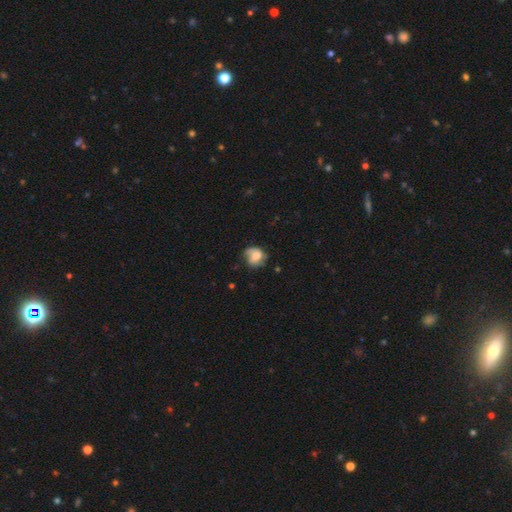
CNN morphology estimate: Overall: smooth (55%; featured or disk 36%). How rounded: round (69%; in between 30%). Merging: none (55%; minor disturbance 30%).